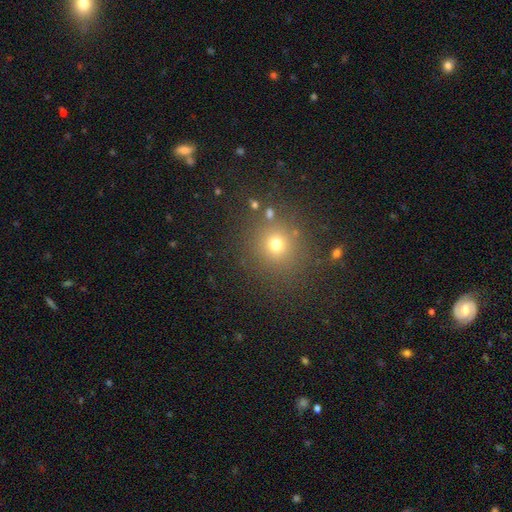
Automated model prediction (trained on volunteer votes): This appears to be a smooth galaxy with no disk features (55%) that is round (91%). Merging: none (86%).